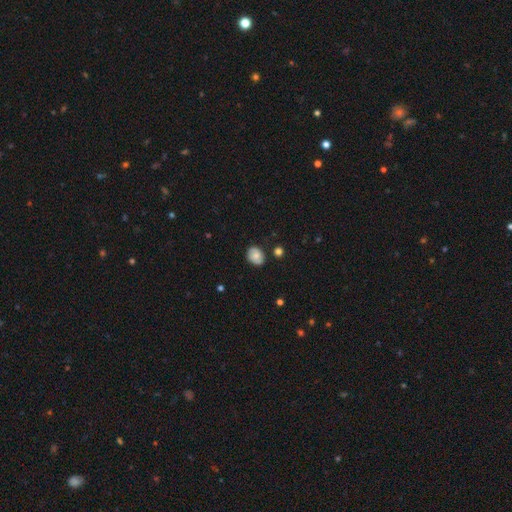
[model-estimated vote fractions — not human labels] Q: Smooth or featured?
A: smooth (71%); runner-up: featured or disk (20%)
Q: How rounded?
A: in between (54%); runner-up: round (45%)
Q: Merging?
A: none (78%); runner-up: minor disturbance (16%)